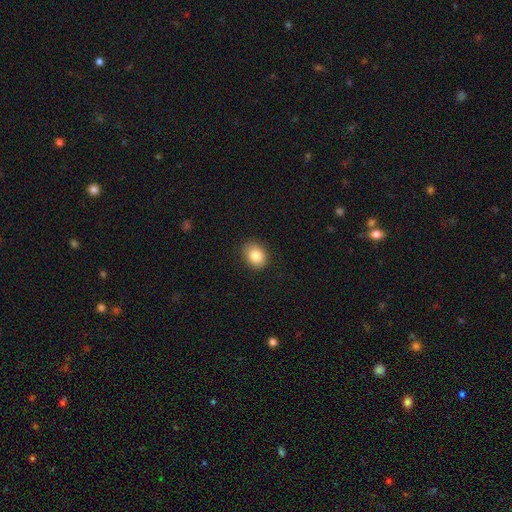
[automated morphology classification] smooth 85%, star or artifact 8%, featured or disk 7%. Down the decision tree: how rounded — in between (57%); merging — none (87%).